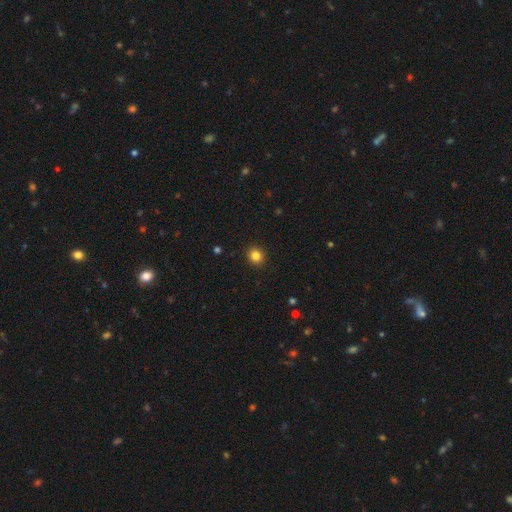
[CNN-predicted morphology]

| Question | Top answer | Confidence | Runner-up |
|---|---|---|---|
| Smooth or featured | smooth | 84% | star or artifact (12%) |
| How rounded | round | 87% | in between (12%) |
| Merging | none | 92% | minor disturbance (5%) |